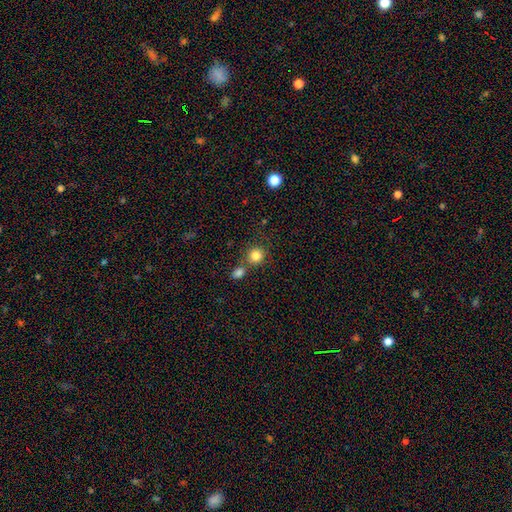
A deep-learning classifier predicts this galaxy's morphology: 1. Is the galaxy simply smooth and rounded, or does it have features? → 83% smooth, 10% star or artifact, 6% featured or disk.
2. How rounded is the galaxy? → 84% round, 15% in between, 1% cigar-shaped.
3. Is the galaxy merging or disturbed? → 66% none, 21% merger, 10% minor disturbance, 3% major disturbance.